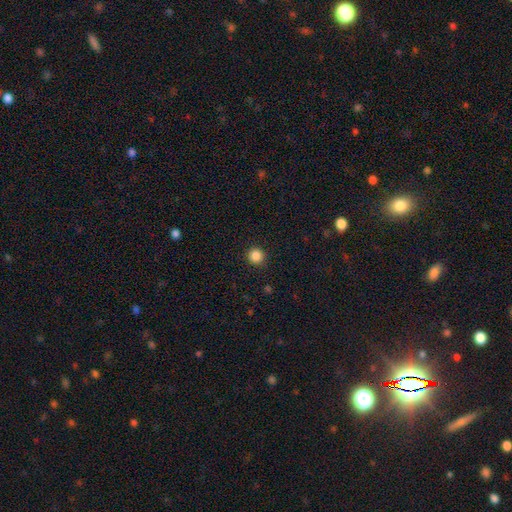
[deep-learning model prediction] Smooth or featured? smooth (86%)
How rounded? round (95%)
Merging? none (92%)